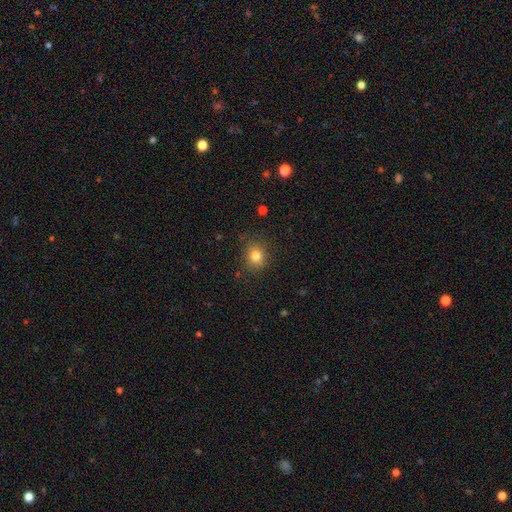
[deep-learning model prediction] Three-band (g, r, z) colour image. It shows a smooth galaxy with no disk features (81%) that is round (78%). Merging: none (85%).